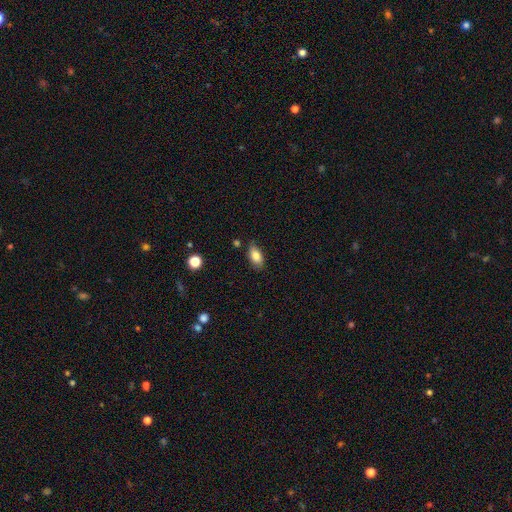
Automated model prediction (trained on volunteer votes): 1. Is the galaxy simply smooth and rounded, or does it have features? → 82% smooth, 10% featured or disk, 8% star or artifact.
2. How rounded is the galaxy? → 89% in between, 6% cigar-shaped, 5% round.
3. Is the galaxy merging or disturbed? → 77% none, 18% minor disturbance, 3% major disturbance, 2% merger.